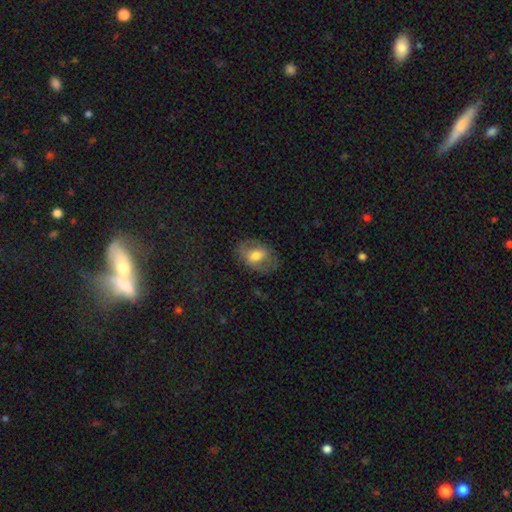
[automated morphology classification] smooth_or_featured: smooth (p=0.57) [alt: featured or disk p=0.34]
how_rounded: in between (p=0.78) [alt: round p=0.21]
merging: none (p=0.73) [alt: minor disturbance p=0.18]